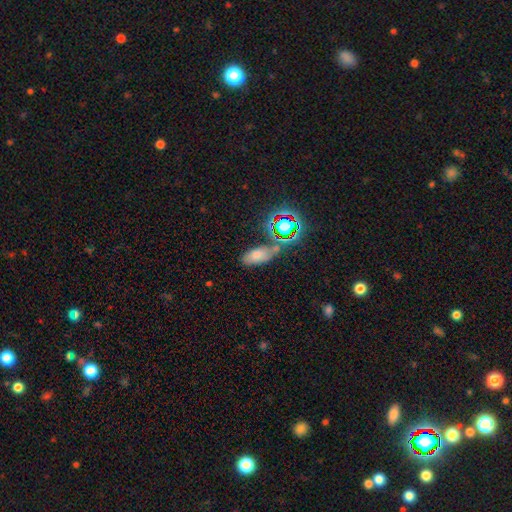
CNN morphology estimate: This is possibly a smooth galaxy (58%). How rounded: clearly in between (83%). Merging: possibly none (58%).